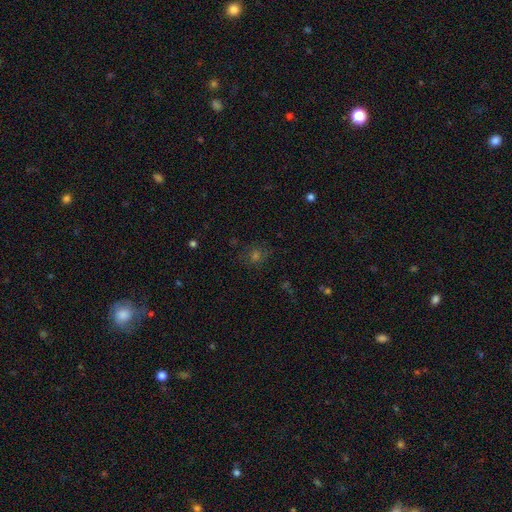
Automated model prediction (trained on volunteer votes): This is marginally a smooth galaxy (45%). Merging: likely none (79%).